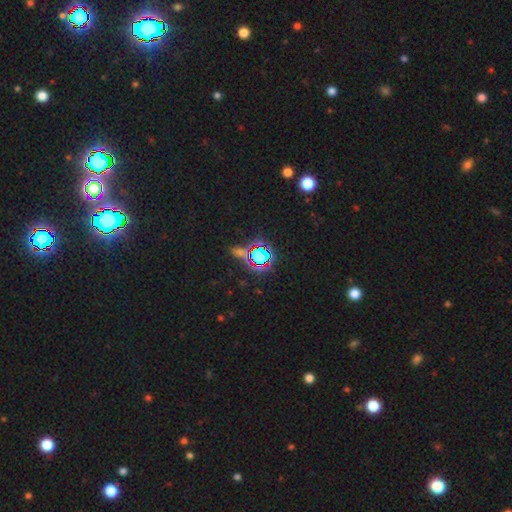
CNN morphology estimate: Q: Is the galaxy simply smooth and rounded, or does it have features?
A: star or artifact — 70%.